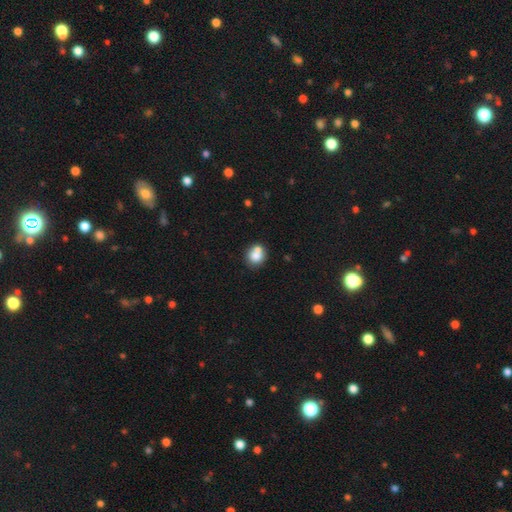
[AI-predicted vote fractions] Overall: smooth (77%). How rounded: round (74%). Merging: none (45%; merger 39%).